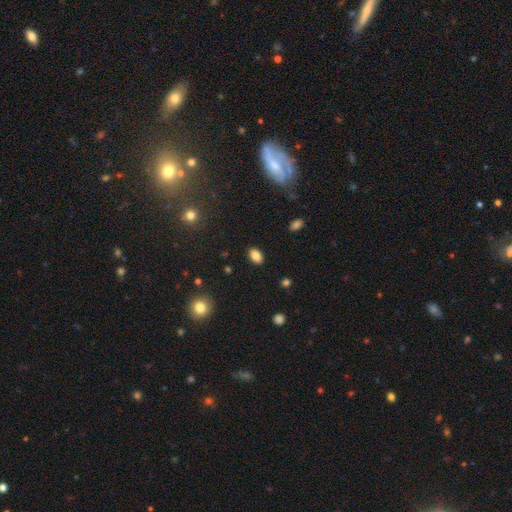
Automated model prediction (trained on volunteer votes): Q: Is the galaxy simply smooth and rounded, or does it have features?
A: smooth — 84%.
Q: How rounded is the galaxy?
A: in between — 84%.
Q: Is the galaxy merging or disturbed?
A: none — 88%.